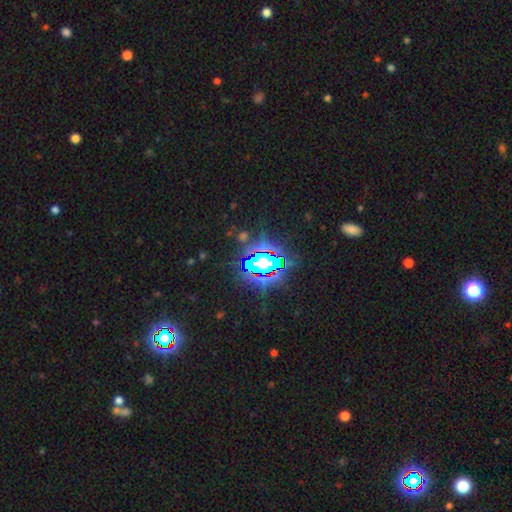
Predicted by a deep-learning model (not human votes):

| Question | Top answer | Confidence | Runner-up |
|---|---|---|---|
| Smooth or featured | star or artifact | 83% | smooth (10%) |